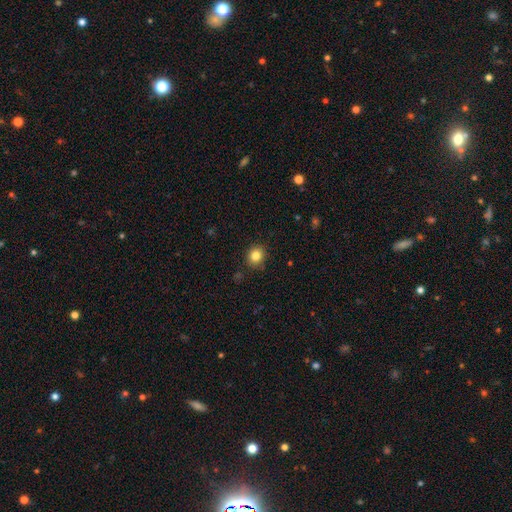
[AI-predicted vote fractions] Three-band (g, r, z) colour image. It shows a smooth galaxy with no disk features (83%) that is round (78%). Merging: none (88%).